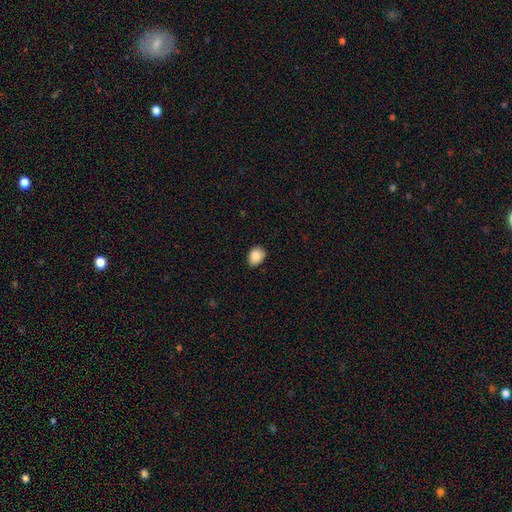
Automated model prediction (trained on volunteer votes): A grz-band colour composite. It shows a smooth galaxy with no disk features (87%) that is in between round and cigar-shaped (67%). Merging: none (81%).